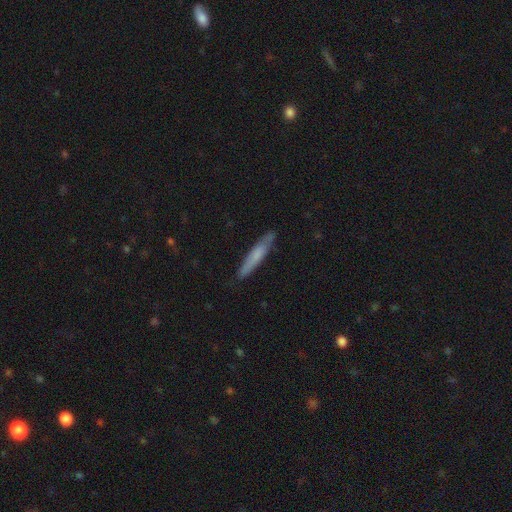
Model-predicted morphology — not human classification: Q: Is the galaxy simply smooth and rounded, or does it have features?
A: smooth — 62%.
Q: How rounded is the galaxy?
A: cigar-shaped — 92%.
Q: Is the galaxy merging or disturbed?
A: none — 82%.